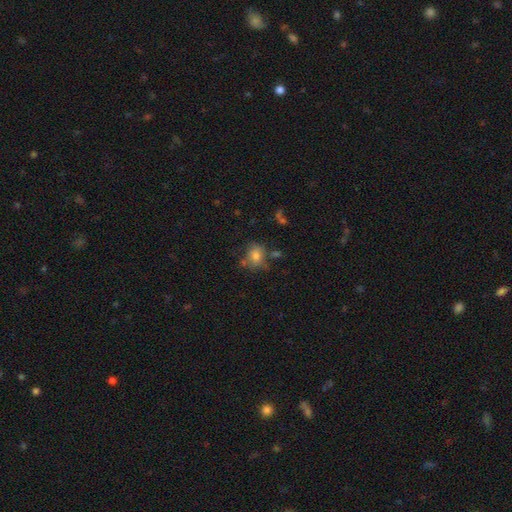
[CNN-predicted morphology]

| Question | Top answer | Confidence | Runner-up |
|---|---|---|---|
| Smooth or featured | smooth | 76% | featured or disk (13%) |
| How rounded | round | 60% | in between (39%) |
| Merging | none | 59% | minor disturbance (21%) |